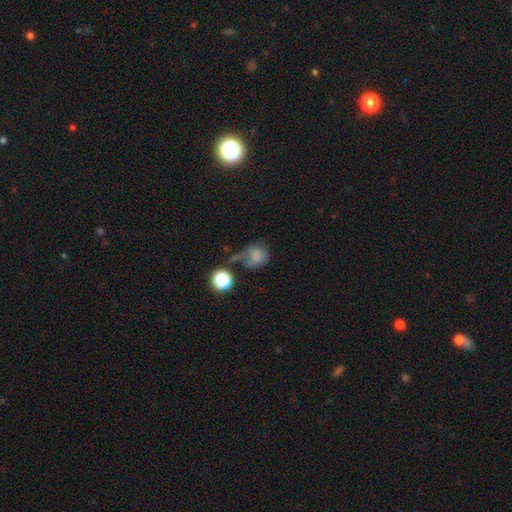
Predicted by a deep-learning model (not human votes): Morphology: type=smooth (73%); roundness=round (73%); merging=none (34%).